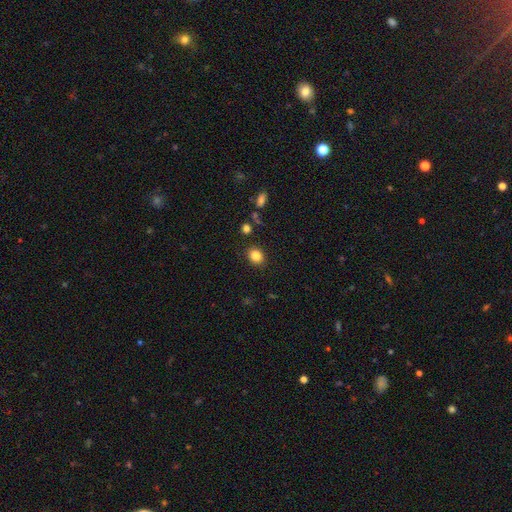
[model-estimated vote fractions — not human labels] Q: Smooth or featured?
A: smooth (85%); runner-up: star or artifact (10%)
Q: How rounded?
A: round (53%); runner-up: in between (46%)
Q: Merging?
A: none (86%); runner-up: minor disturbance (9%)